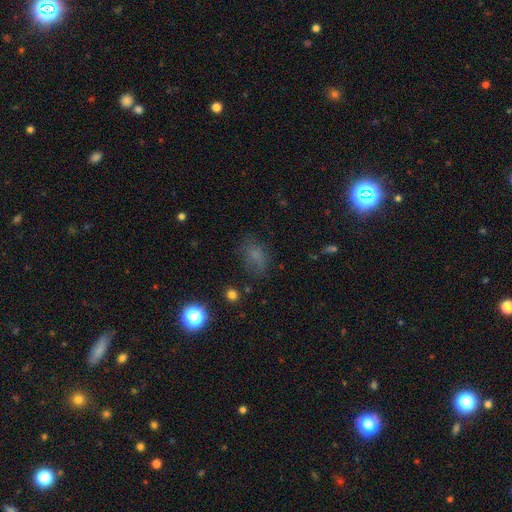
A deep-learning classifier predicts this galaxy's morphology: Smooth or featured? smooth (66%)
How rounded? in between (76%)
Merging? none (60%)